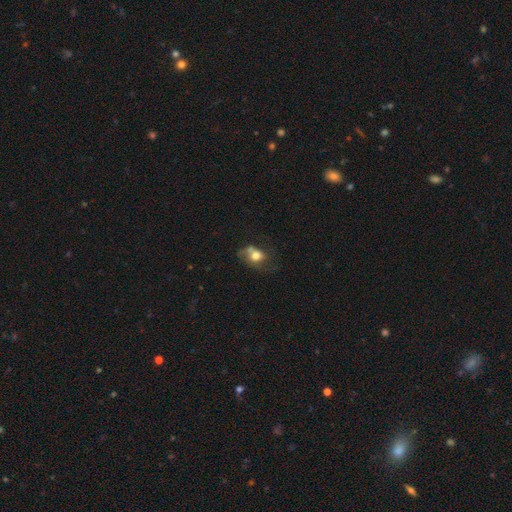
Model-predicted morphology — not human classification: This is likely a smooth galaxy (64%). How rounded: possibly in between (59%). Merging: marginally none (34%).